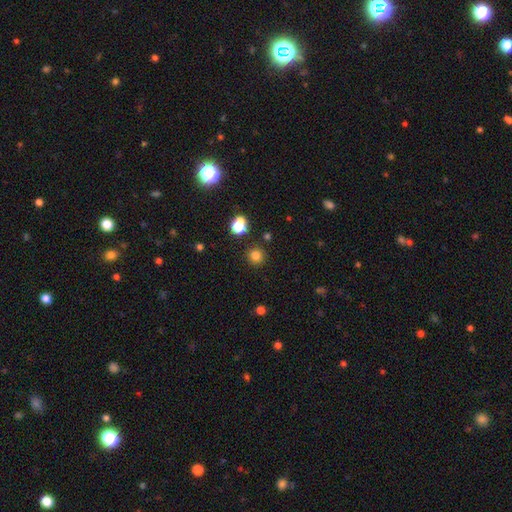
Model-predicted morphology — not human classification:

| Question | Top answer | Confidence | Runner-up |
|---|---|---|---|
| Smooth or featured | smooth | 79% | star or artifact (16%) |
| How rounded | round | 94% | in between (5%) |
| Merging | none | 88% | minor disturbance (6%) |